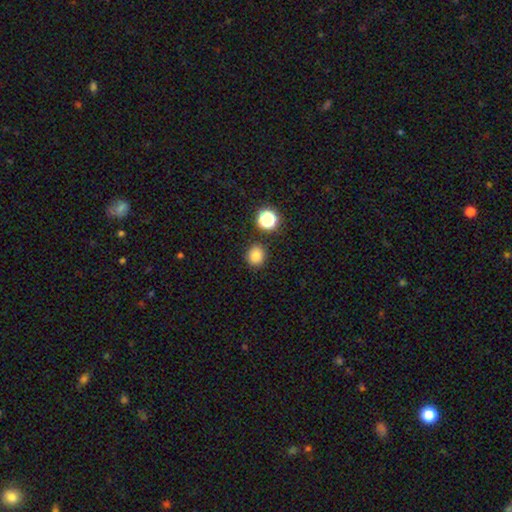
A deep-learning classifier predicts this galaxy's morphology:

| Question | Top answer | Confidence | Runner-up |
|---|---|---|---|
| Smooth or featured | smooth | 82% | star or artifact (13%) |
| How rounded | round | 84% | in between (15%) |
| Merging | none | 86% | minor disturbance (8%) |